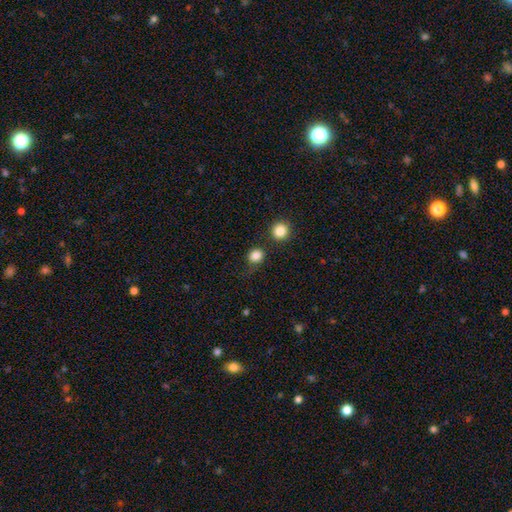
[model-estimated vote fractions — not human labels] Smooth or featured?
  - smooth: 84% *
  - star or artifact: 11%
  - featured or disk: 5%
How rounded?
  - round: 80% *
  - in between: 19%
  - cigar-shaped: 1%
Merging?
  - none: 71% *
  - minor disturbance: 15%
  - merger: 7%
  - major disturbance: 6%